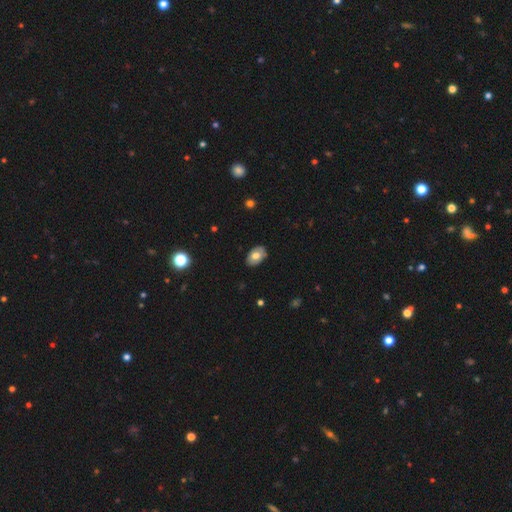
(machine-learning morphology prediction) This appears to be a smooth galaxy with no disk features (70%) that is in between round and cigar-shaped (89%). Merging: none (85%).